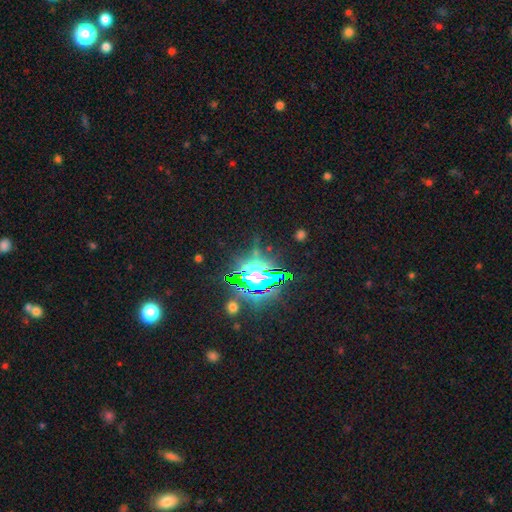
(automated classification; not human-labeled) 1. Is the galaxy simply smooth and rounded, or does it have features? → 71% star or artifact, 18% smooth, 11% featured or disk.